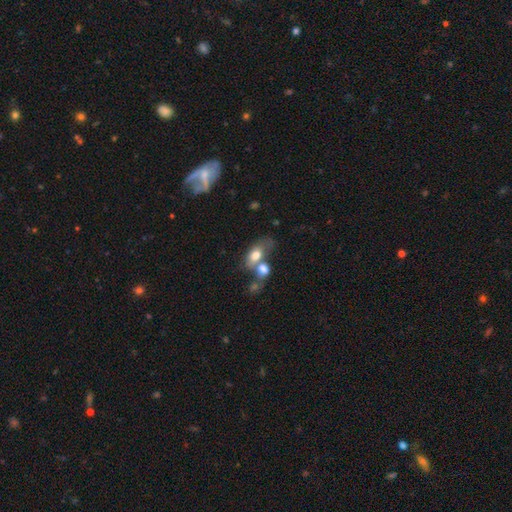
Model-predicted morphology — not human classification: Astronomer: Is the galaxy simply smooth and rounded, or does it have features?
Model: smooth — 70%.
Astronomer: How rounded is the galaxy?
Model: in between — 83%.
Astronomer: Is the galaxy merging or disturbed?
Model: merger — 58%.